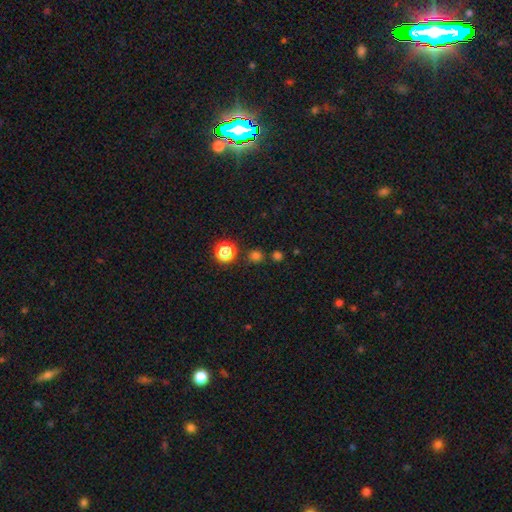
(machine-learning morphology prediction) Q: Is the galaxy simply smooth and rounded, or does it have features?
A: smooth — 55%.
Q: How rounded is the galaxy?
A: round — 90%.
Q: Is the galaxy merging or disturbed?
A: none — 83%.